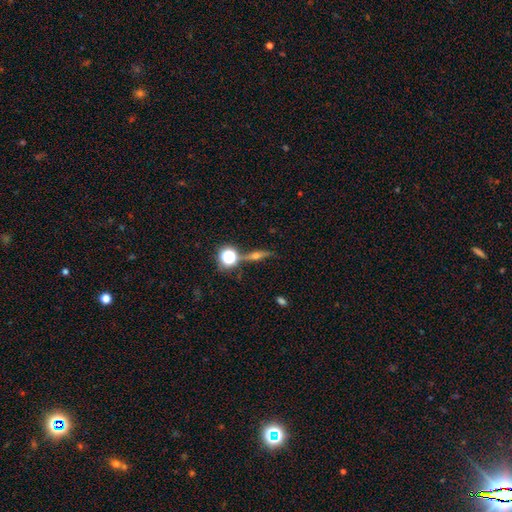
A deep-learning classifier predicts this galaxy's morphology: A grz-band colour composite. It shows a featured or disk galaxy (60%) viewed edge-on (91%) with a rounded central bulge (94%). Merging: none (78%).